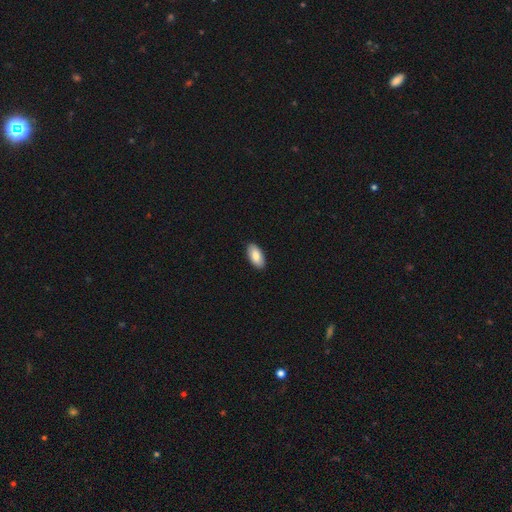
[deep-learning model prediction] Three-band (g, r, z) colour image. It shows a smooth galaxy with no disk features (84%) that is in between round and cigar-shaped (94%). Merging: none (91%).